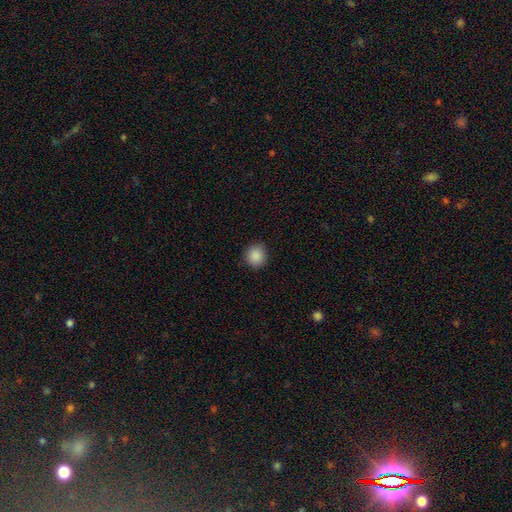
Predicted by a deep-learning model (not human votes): This appears to be a smooth galaxy with no disk features (89%) that is round (89%). Merging: none (90%).